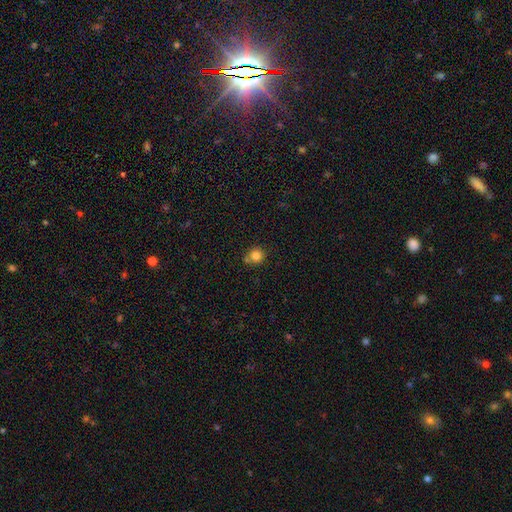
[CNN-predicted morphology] This appears to be a smooth galaxy with no disk features (83%) that is round (91%). Merging: none (73%).